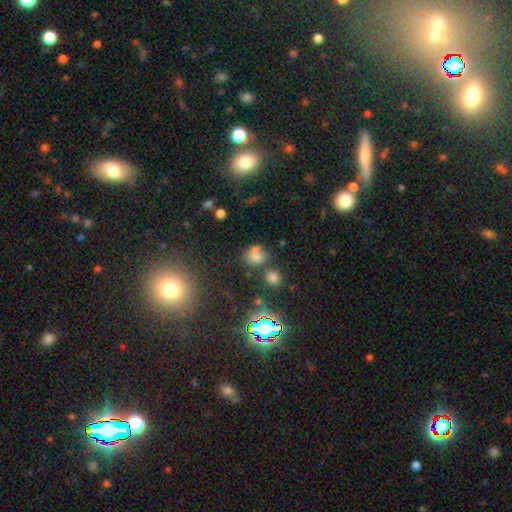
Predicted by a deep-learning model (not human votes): Smooth or featured? Predicted: smooth (p=0.62). How rounded? Predicted: round (p=0.69). Merging? Predicted: none (p=0.51).